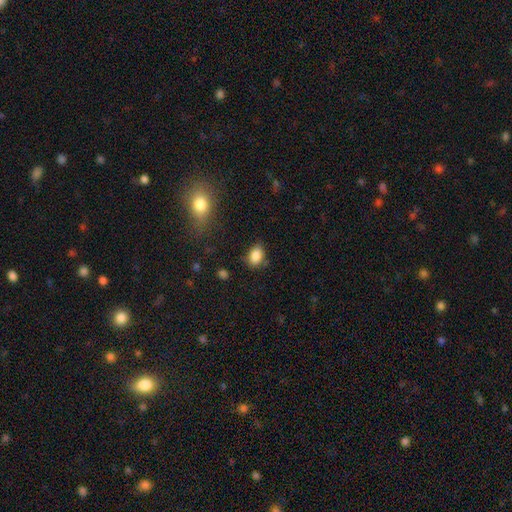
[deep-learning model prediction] Q: Smooth or featured?
A: smooth (86%); runner-up: star or artifact (9%)
Q: How rounded?
A: in between (79%); runner-up: round (20%)
Q: Merging?
A: none (75%); runner-up: minor disturbance (19%)